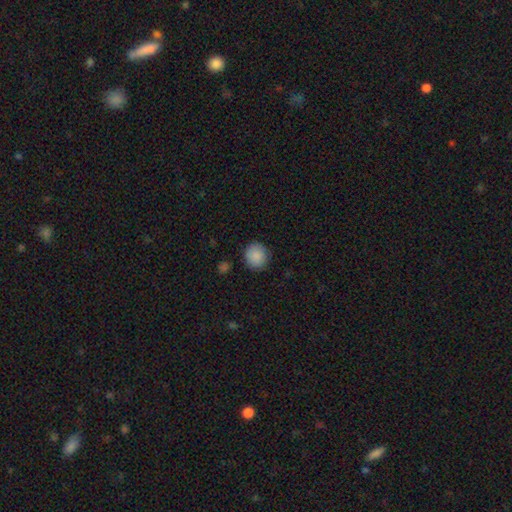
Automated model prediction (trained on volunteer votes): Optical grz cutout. It shows a smooth galaxy with no disk features (89%) that is round (90%). Merging: none (88%).